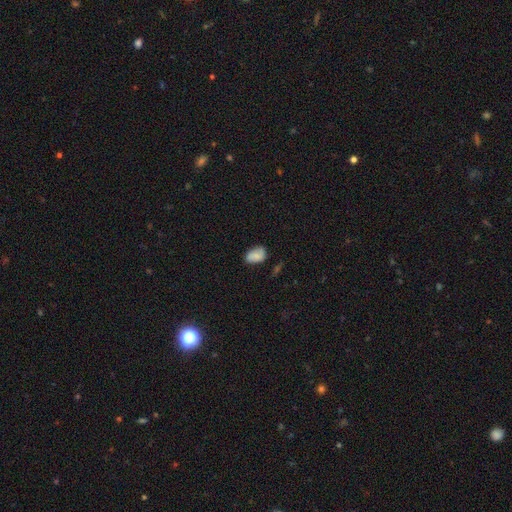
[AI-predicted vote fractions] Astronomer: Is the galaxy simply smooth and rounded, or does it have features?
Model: smooth — 77%.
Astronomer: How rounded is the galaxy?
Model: in between — 87%.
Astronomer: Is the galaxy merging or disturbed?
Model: none — 64%.